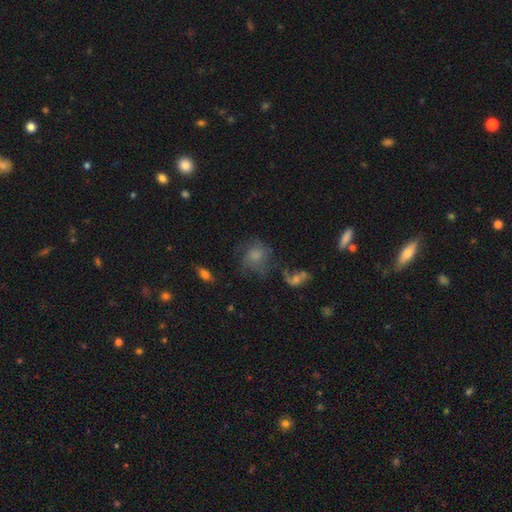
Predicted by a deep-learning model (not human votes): smooth 47%, featured or disk 39%, star or artifact 14%. Down the decision tree: merging — none (43%).